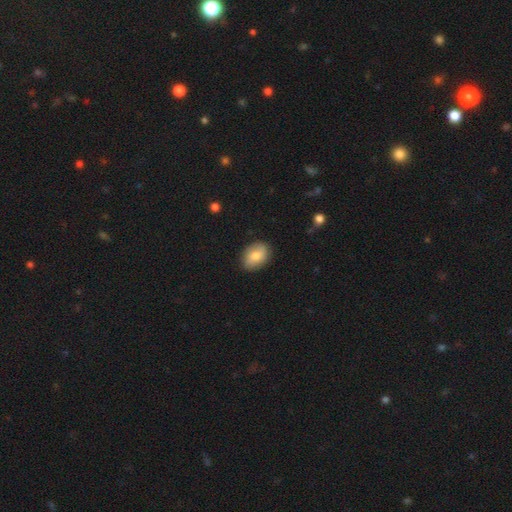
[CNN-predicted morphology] The model was most divided on "smooth or featured": smooth: 75%, featured or disk: 18%, star or artifact: 7%. More confident: merging — none (85%); how rounded — in between (78%).